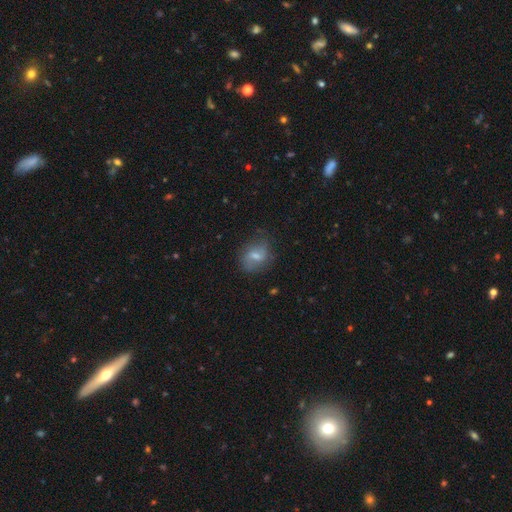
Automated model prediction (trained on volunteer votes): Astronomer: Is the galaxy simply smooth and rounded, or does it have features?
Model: smooth — 52% (runner-up: featured or disk, 39%).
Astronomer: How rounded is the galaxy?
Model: in between — 51% (runner-up: round, 47%).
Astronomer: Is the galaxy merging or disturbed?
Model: none — 66%.